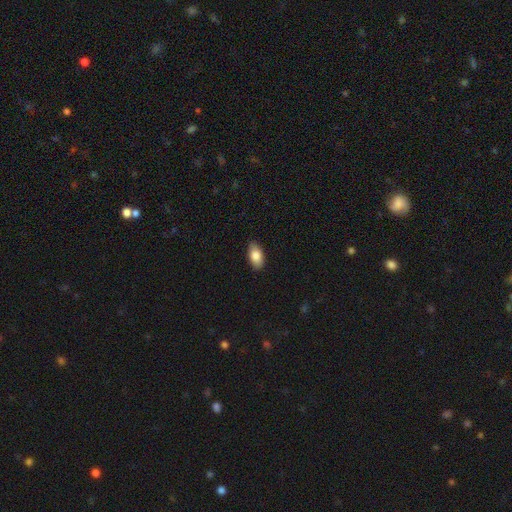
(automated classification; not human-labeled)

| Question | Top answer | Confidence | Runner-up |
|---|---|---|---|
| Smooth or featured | smooth | 84% | featured or disk (10%) |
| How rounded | in between | 93% | cigar-shaped (4%) |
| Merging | none | 88% | minor disturbance (9%) |